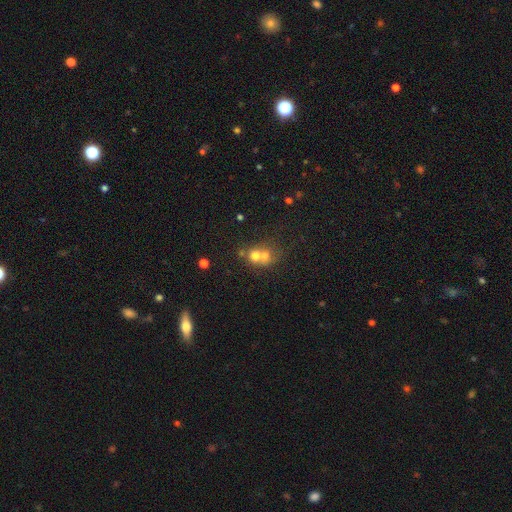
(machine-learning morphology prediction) This is likely a smooth galaxy (66%). How rounded: likely round (74%). Merging: likely merger (65%).